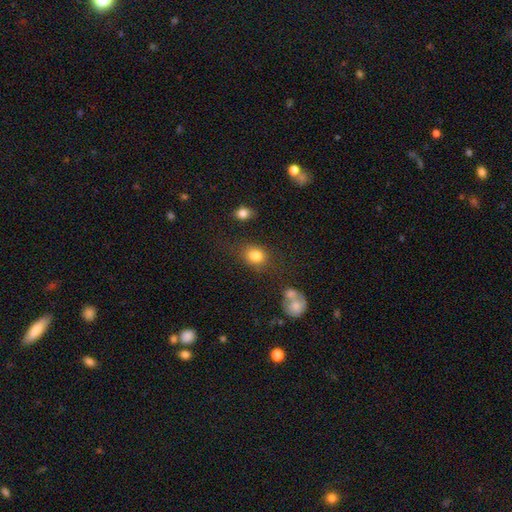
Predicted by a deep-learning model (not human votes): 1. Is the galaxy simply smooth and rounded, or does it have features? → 82% smooth, 10% star or artifact, 7% featured or disk.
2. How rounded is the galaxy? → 50% round, 49% in between, 1% cigar-shaped.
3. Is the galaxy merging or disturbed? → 64% none, 19% minor disturbance, 9% major disturbance, 9% merger.